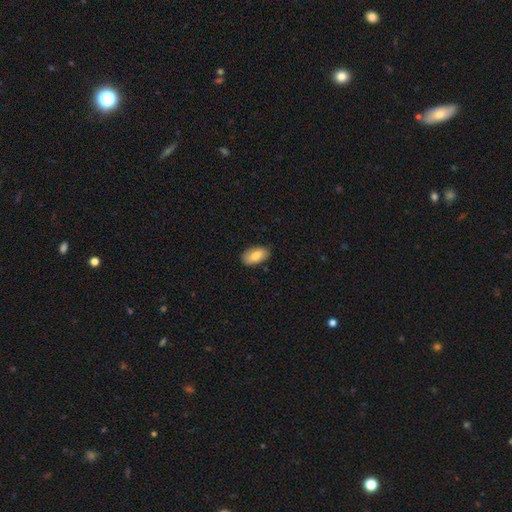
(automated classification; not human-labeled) smooth_or_featured: smooth (p=0.82) [alt: featured or disk p=0.12]
how_rounded: in between (p=0.94) [alt: round p=0.04]
merging: none (p=0.86) [alt: minor disturbance p=0.11]